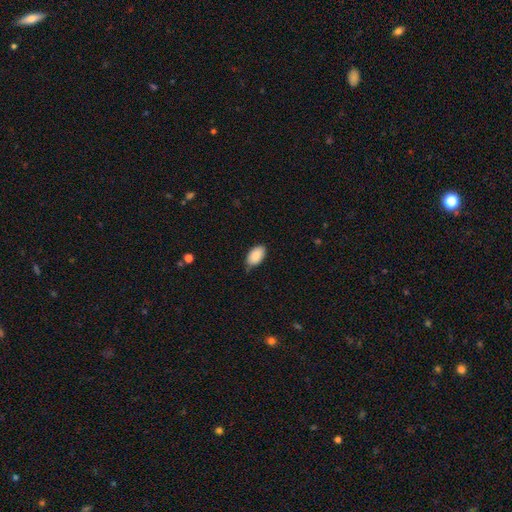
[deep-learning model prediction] Smooth or featured? smooth (89%)
How rounded? in between (95%)
Merging? none (74%)